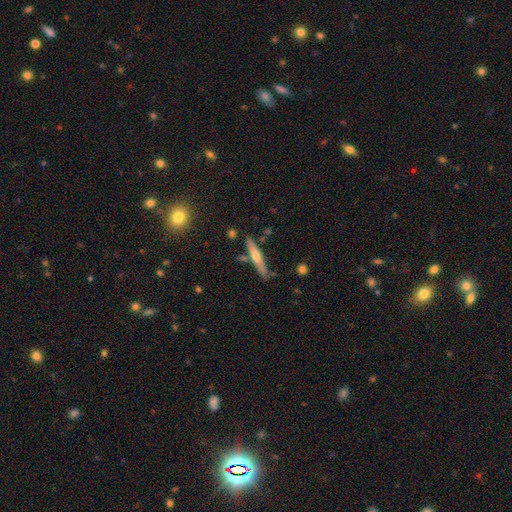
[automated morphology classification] Smooth or featured? Predicted: featured or disk (p=0.53). Edge-on disk? Predicted: yes (p=0.94). Merging? Predicted: none (p=0.77).